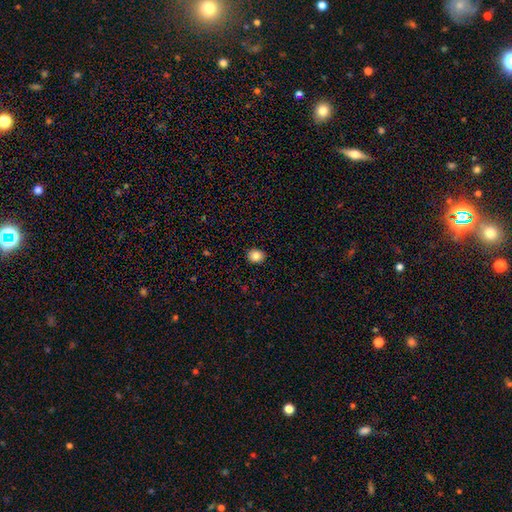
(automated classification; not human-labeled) A smooth galaxy with no disk features (84%) that is round (70%).

Vote fractions:
- Smooth or featured? smooth: 84% / star or artifact: 10% / featured or disk: 6%
- How rounded? round: 70% / in between: 29% / cigar-shaped: 1%
- Merging? none: 91% / minor disturbance: 6% / major disturbance: 2% / merger: 1%